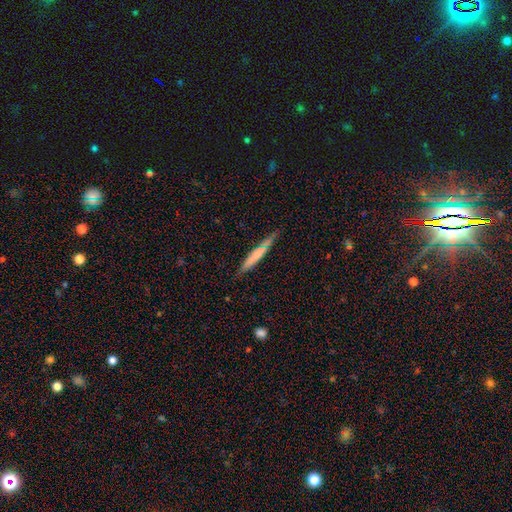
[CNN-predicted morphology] Smooth or featured? Predicted: smooth (p=0.65). How rounded? Predicted: cigar-shaped (p=0.94). Merging? Predicted: none (p=0.75).